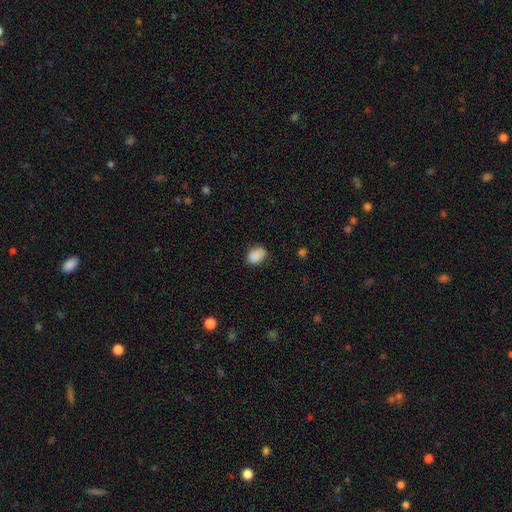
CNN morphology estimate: A smooth galaxy with no disk features (88%) that is in between round and cigar-shaped (79%). Merging: none (77%).